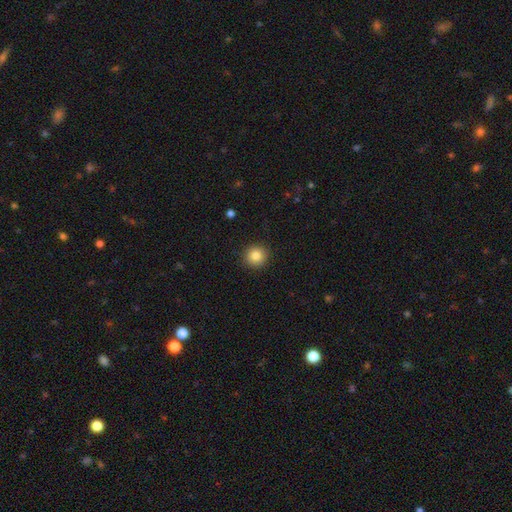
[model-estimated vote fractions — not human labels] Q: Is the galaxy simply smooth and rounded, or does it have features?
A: smooth — 84%.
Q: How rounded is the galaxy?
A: round — 93%.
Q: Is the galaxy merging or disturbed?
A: none — 92%.